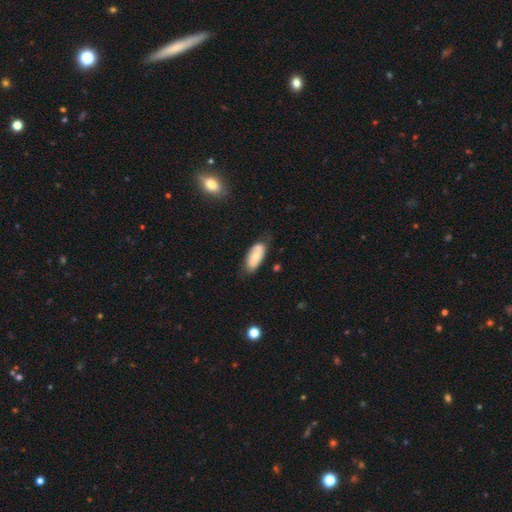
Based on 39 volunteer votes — Volunteers were most divided on "smooth or featured": smooth: 49%, featured or disk: 46%, star or artifact: 5%. More confident: how rounded — in between (95%); merging — none (70%).